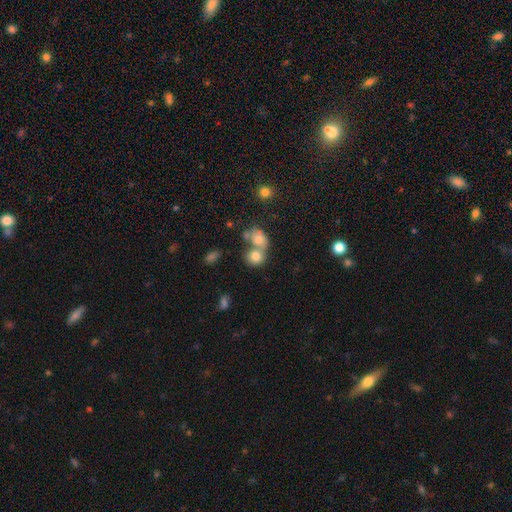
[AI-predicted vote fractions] The model was most divided on "how rounded": round: 64%, in between: 35%, cigar-shaped: 1%. More confident: smooth or featured — smooth (75%); merging — merger (60%).